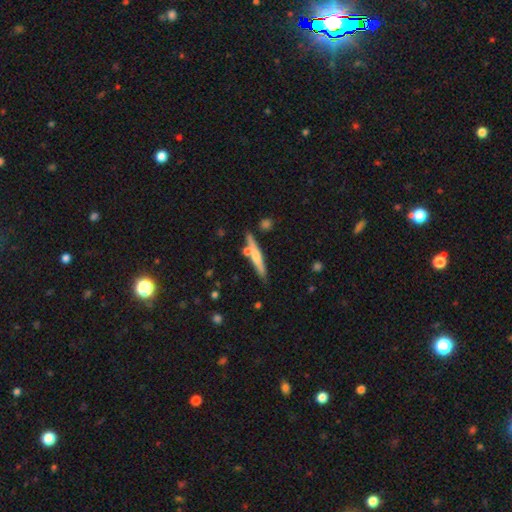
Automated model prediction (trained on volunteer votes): Overall: smooth (49%; featured or disk 45%). Merging: none (73%).